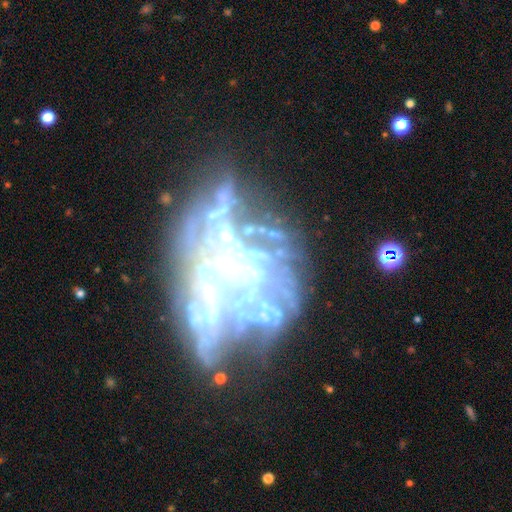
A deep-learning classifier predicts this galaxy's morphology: type=featured or disk (67%); edge-on=no (96%); bar=no (62%); spiral arms=no (51%); bulge=none (41%); merging=merger (35%).